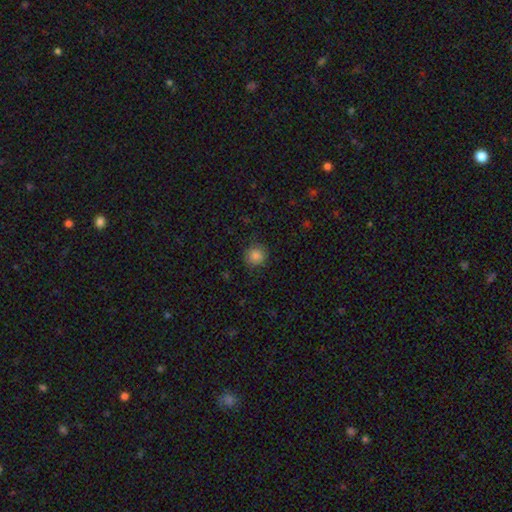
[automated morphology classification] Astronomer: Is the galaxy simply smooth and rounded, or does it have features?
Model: smooth — 84%.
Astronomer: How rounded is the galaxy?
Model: round — 91%.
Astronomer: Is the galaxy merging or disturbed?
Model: none — 87%.